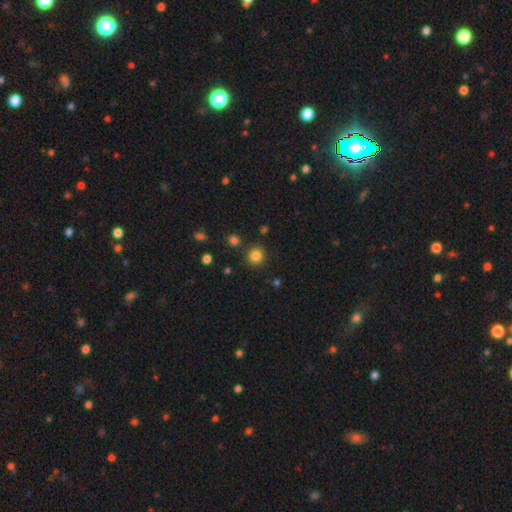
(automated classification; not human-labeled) This appears to be a smooth galaxy with no disk features (83%) that is round (90%). Merging: none (87%).